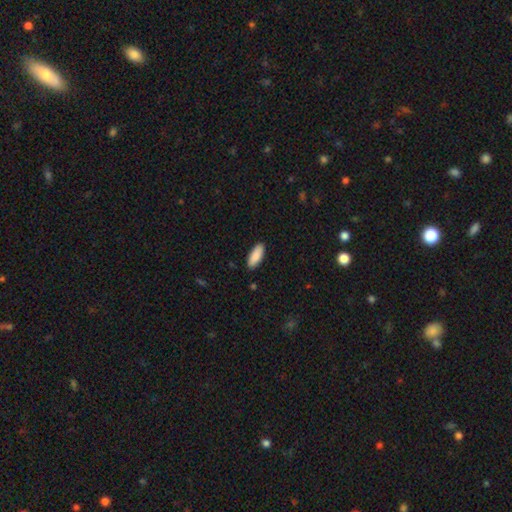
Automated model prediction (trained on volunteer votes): Q: Smooth or featured?
A: smooth (90%); runner-up: star or artifact (6%)
Q: How rounded?
A: in between (76%); runner-up: cigar-shaped (22%)
Q: Merging?
A: none (90%); runner-up: minor disturbance (7%)